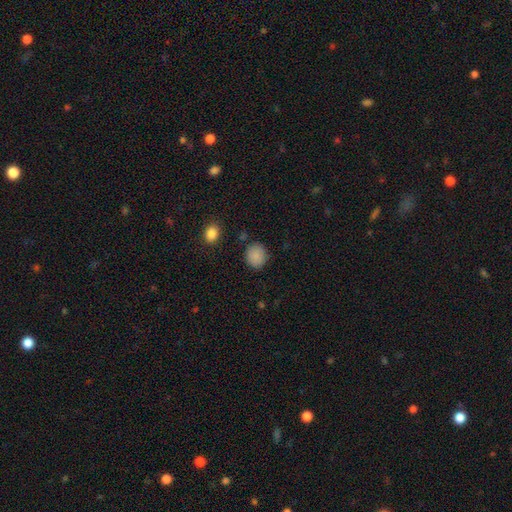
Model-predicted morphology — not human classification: smooth-or-featured: smooth: 88% | star or artifact: 9% | featured or disk: 3%
  how-rounded: round: 77% | in between: 22% | cigar-shaped: 1%
  merging: none: 84% | minor disturbance: 11% | major disturbance: 3% | merger: 2%